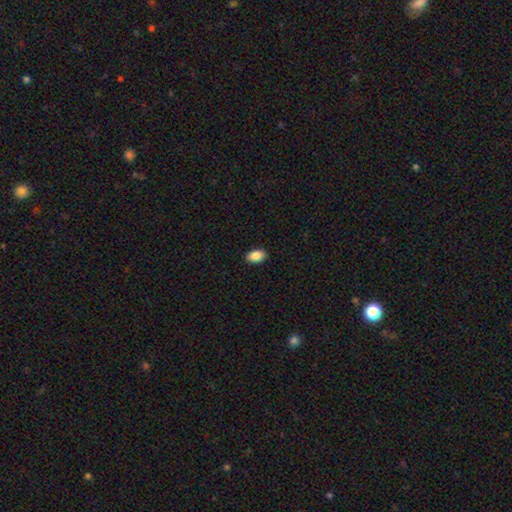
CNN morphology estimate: Smooth or featured? Predicted: smooth (p=0.89). How rounded? Predicted: in between (p=0.91). Merging? Predicted: none (p=0.90).